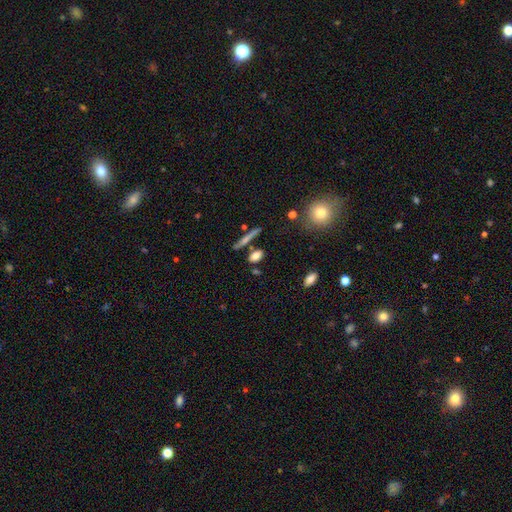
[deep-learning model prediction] smooth 76%, featured or disk 14%, star or artifact 10%. Down the decision tree: how rounded — in between (61%); merging — none (71%).